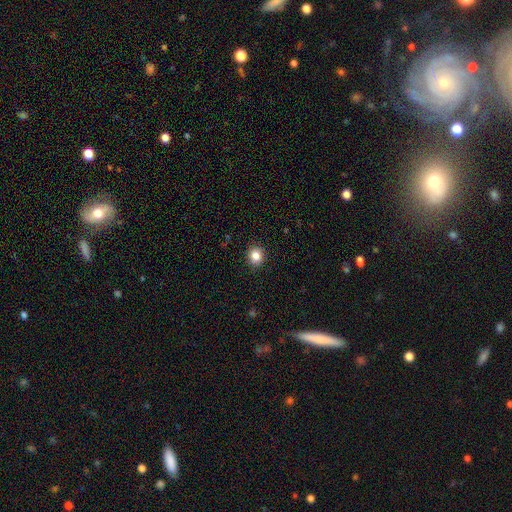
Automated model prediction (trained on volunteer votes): A smooth galaxy with no disk features (84%) that is round (80%).

Vote fractions:
- Smooth or featured? smooth: 84% / star or artifact: 10% / featured or disk: 5%
- How rounded? round: 80% / in between: 19% / cigar-shaped: 1%
- Merging? none: 92% / minor disturbance: 6% / major disturbance: 2% / merger: 1%